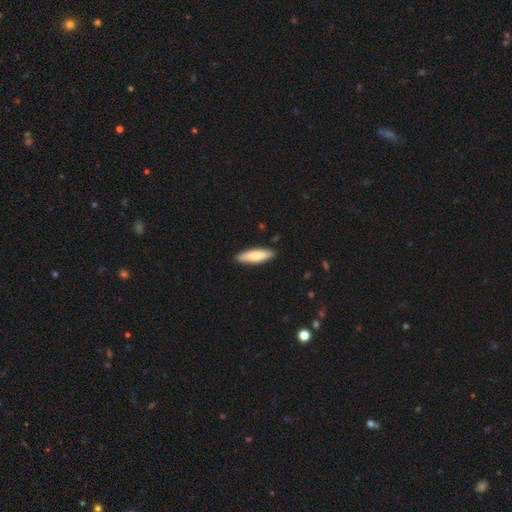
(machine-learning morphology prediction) Q: Smooth or featured?
A: smooth (76%); runner-up: featured or disk (19%)
Q: How rounded?
A: cigar-shaped (60%); runner-up: in between (38%)
Q: Merging?
A: none (89%); runner-up: minor disturbance (9%)